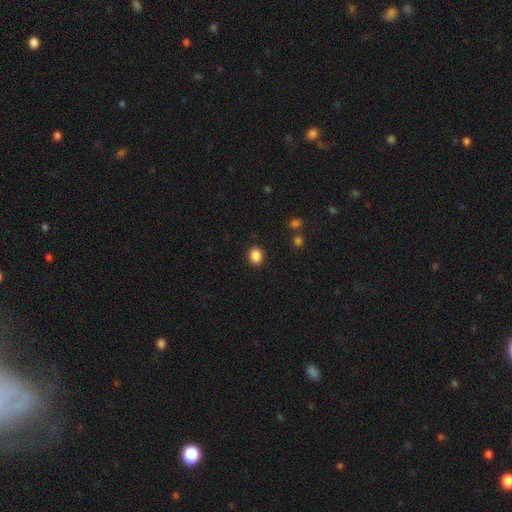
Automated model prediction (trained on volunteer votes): Q: Smooth or featured?
A: smooth (87%); runner-up: star or artifact (9%)
Q: How rounded?
A: round (55%); runner-up: in between (45%)
Q: Merging?
A: none (89%); runner-up: minor disturbance (7%)